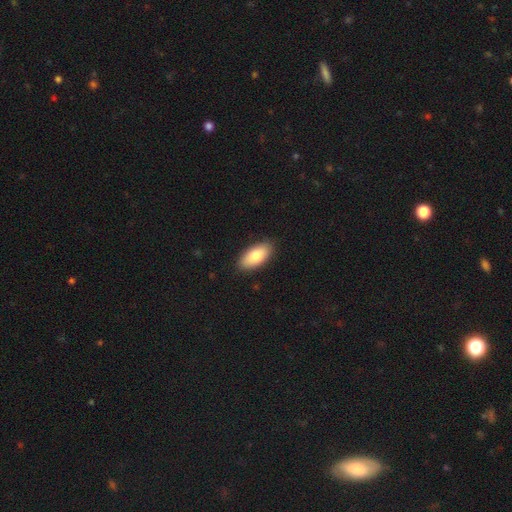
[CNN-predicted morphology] smooth_or_featured: smooth (p=0.81) [alt: featured or disk p=0.13]
how_rounded: in between (p=0.92) [alt: cigar-shaped p=0.06]
merging: none (p=0.88) [alt: minor disturbance p=0.09]